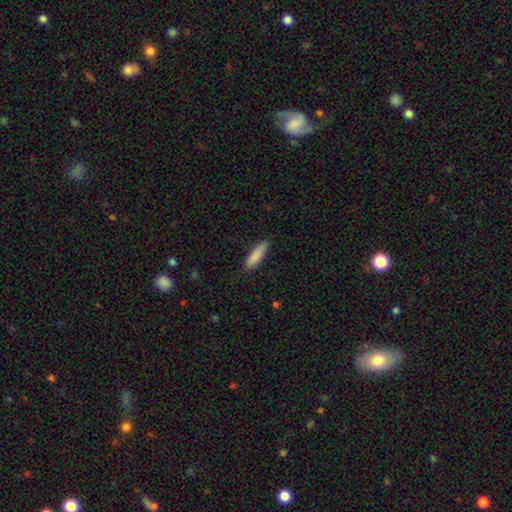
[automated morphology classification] Smooth or featured? smooth (86%)
How rounded? cigar-shaped (67%)
Merging? none (76%)